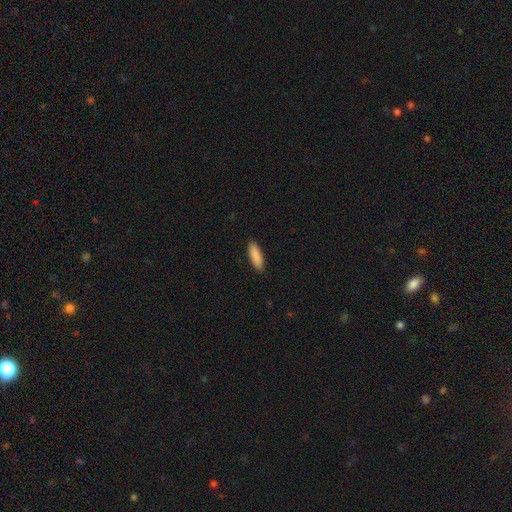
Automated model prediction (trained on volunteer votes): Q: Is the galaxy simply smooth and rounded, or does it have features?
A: smooth — 89%.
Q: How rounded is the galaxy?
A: cigar-shaped — 51%.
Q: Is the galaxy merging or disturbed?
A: none — 90%.